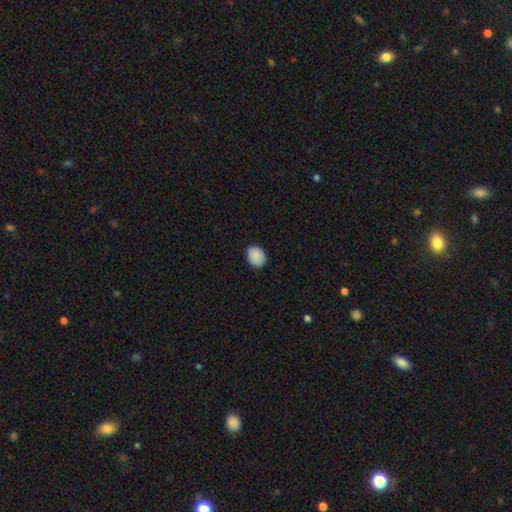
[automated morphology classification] Overall: smooth (90%). How rounded: in between (55%; round 44%). Merging: none (88%).